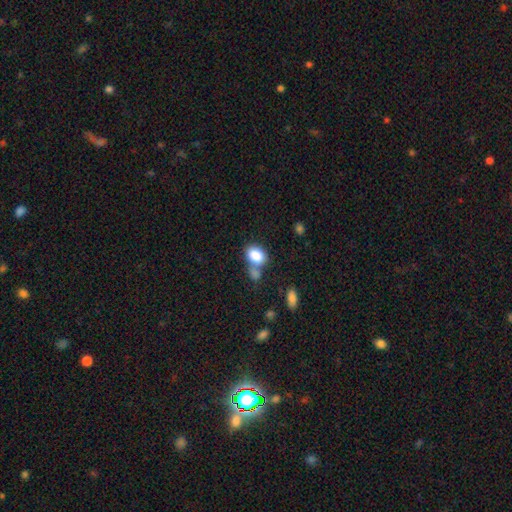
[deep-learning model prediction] smooth_or_featured: smooth (p=0.84) [alt: star or artifact p=0.09]
how_rounded: in between (p=0.74) [alt: round p=0.25]
merging: none (p=0.42) [alt: merger p=0.38]